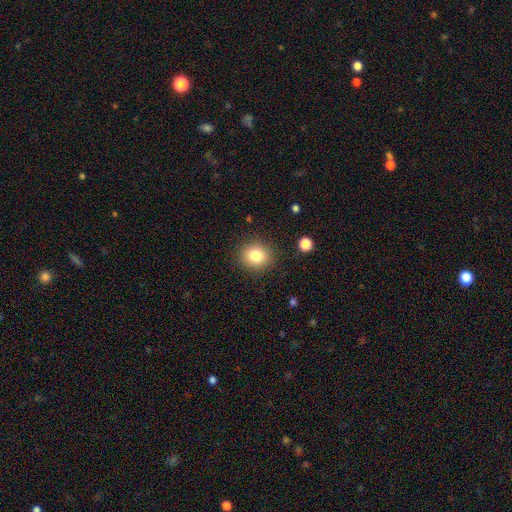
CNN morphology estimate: A smooth galaxy with no disk features (81%) that is round (79%).

Vote fractions:
- Smooth or featured? smooth: 81% / star or artifact: 11% / featured or disk: 8%
- How rounded? round: 79% / in between: 20% / cigar-shaped: 1%
- Merging? none: 88% / minor disturbance: 8% / major disturbance: 3% / merger: 1%